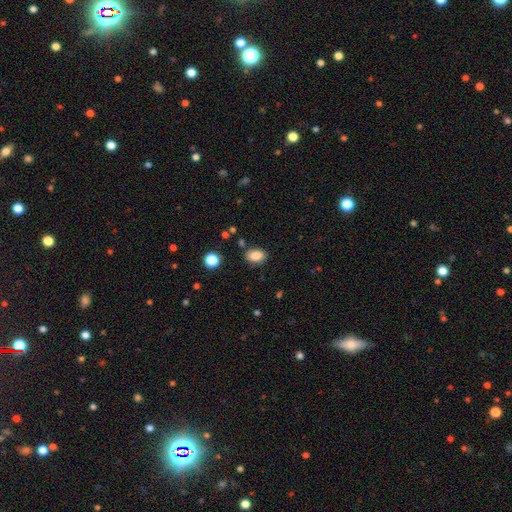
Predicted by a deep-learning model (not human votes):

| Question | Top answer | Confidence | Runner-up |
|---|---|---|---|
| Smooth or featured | smooth | 86% | star or artifact (9%) |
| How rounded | in between | 84% | round (15%) |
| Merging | none | 80% | minor disturbance (14%) |